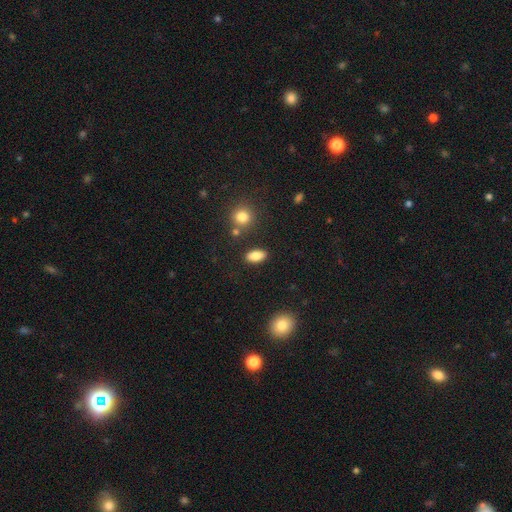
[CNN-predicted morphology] The model was most divided on "merging": none: 85%, minor disturbance: 9%, merger: 3%, major disturbance: 3%. More confident: how rounded — in between (89%); smooth or featured — smooth (85%).